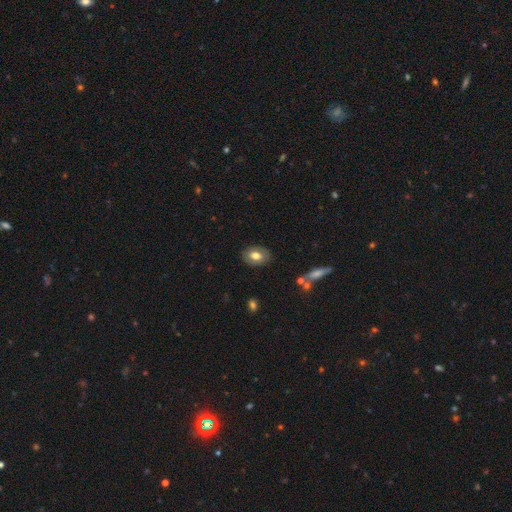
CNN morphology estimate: A smooth galaxy with no disk features (71%) that is in between round and cigar-shaped (85%). Merging: none (86%).